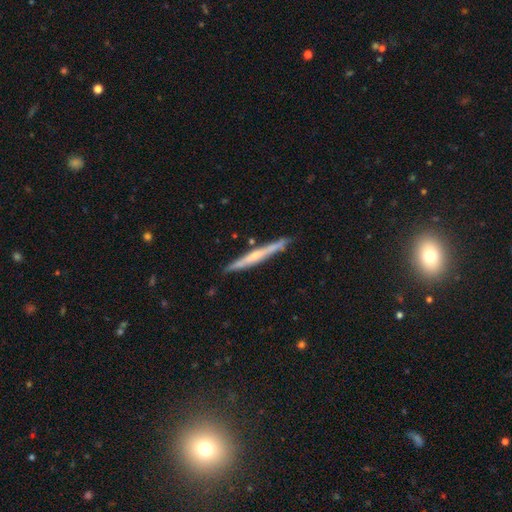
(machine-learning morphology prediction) Overall: featured or disk (58%; smooth 36%). Edge-on disk: yes (96%). Edge-on bulge: none (50%; rounded 43%). Merging: none (87%).